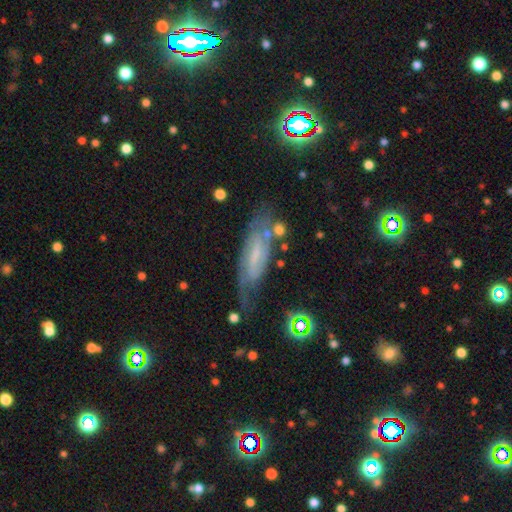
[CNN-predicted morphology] Smooth or featured?
  - featured or disk: 67% *
  - smooth: 23%
  - star or artifact: 10%
Edge-on disk?
  - no: 80% *
  - yes: 20%
Bar?
  - weak: 48% *
  - no: 28%
  - strong: 24%
Spiral arms?
  - yes: 85% *
  - no: 15%
Bulge size?
  - small: 50% *
  - none: 24%
  - moderate: 22%
  - large: 3%
  - dominant: 1%
Merging?
  - none: 57% *
  - minor disturbance: 24%
  - major disturbance: 13%
  - merger: 6%